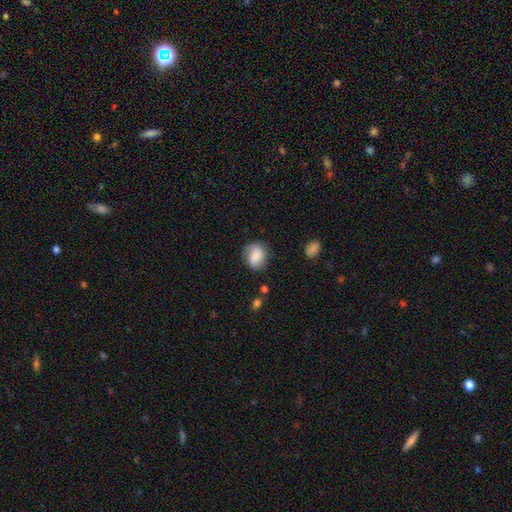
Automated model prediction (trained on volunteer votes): smooth_or_featured: smooth (p=0.73) [alt: featured or disk p=0.19]
how_rounded: in between (p=0.51) [alt: round p=0.47]
merging: none (p=0.64) [alt: minor disturbance p=0.24]